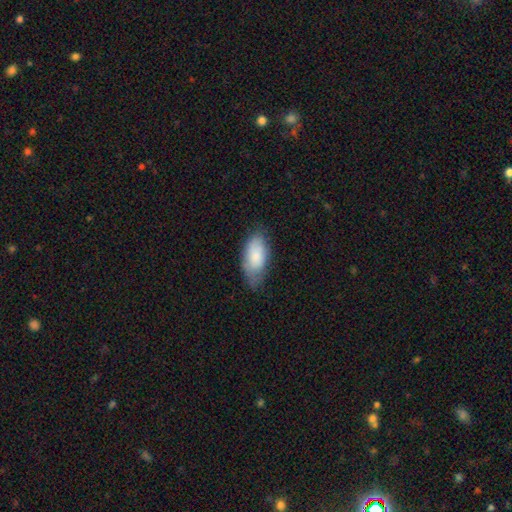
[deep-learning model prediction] A smooth galaxy with no disk features (80%) that is in between round and cigar-shaped (92%).

Vote fractions:
- Smooth or featured? smooth: 80% / featured or disk: 14% / star or artifact: 6%
- How rounded? in between: 92% / cigar-shaped: 6% / round: 2%
- Merging? none: 61% / minor disturbance: 30% / major disturbance: 7% / merger: 1%